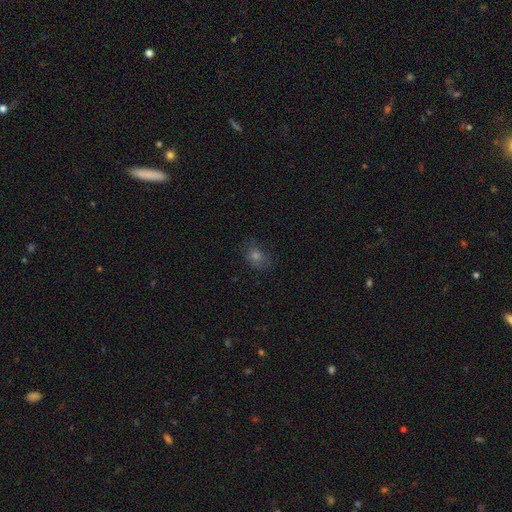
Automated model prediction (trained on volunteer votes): A smooth galaxy with no disk features (60%) that is round (52%). Merging: none (74%).